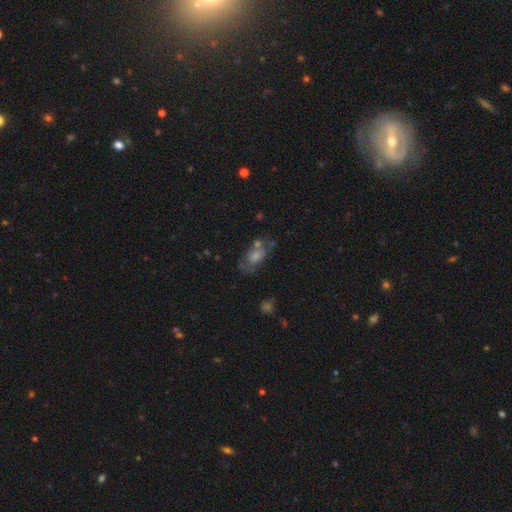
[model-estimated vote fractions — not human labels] Smooth or featured: featured or disk — 44% (smooth — 37%)
Merging: none — 51% (minor disturbance — 20%)